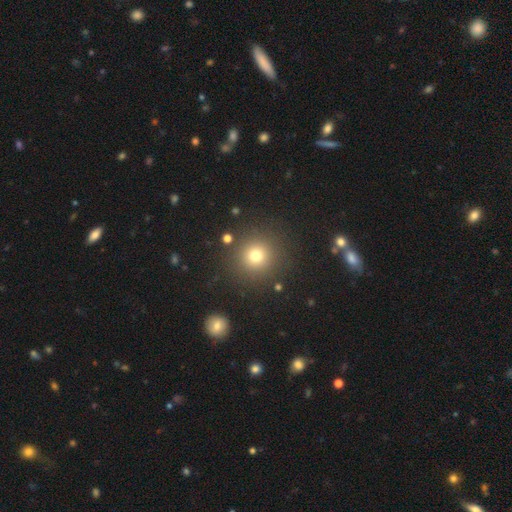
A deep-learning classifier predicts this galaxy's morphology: Overall: smooth (75%). How rounded: round (94%). Merging: none (88%).